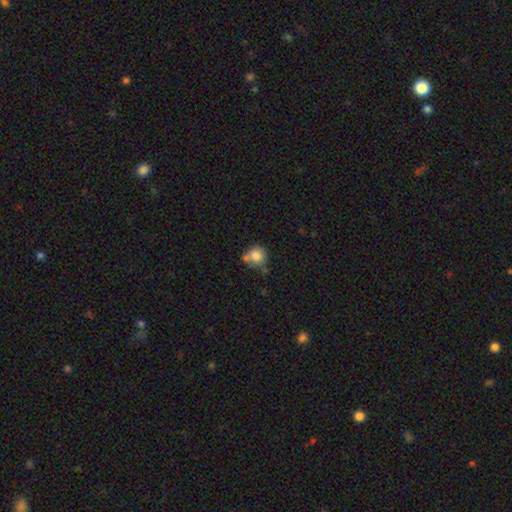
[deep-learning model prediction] smooth 80%, featured or disk 11%, star or artifact 10%. Down the decision tree: how rounded — round (85%); merging — none (51%).